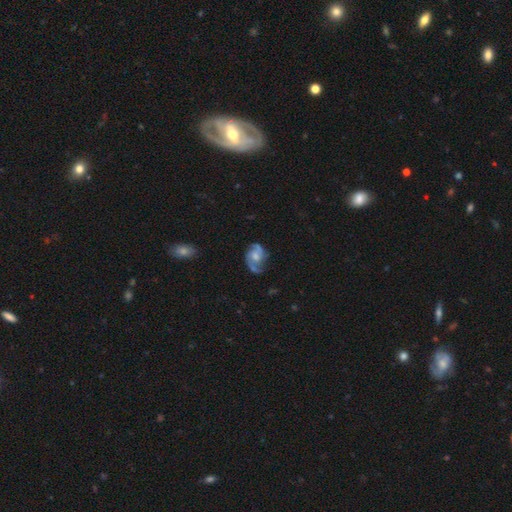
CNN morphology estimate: This is clearly a featured or disk galaxy (83%). It is clearly not viewed edge-on (98%). Bar: likely no (61%). Spiral arm pattern: clearly yes (96%). Spiral arm count: likely 2 (77%). Spiral winding: possibly medium (52%). Central bulge: possibly moderate (48%). Merging: likely none (65%).